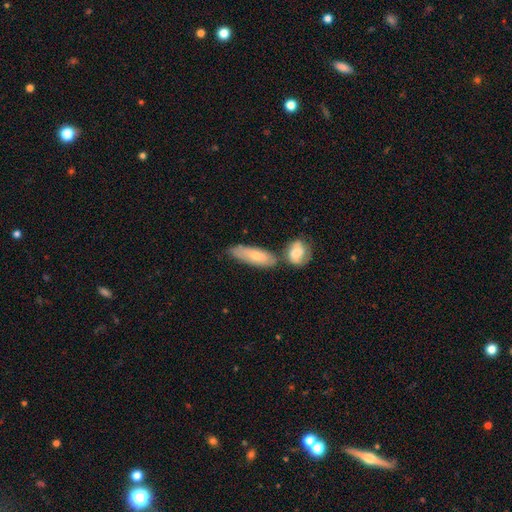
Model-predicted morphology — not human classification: Overall: smooth (67%). How rounded: in between (61%; cigar-shaped 37%). Merging: none (47%; merger 27%).